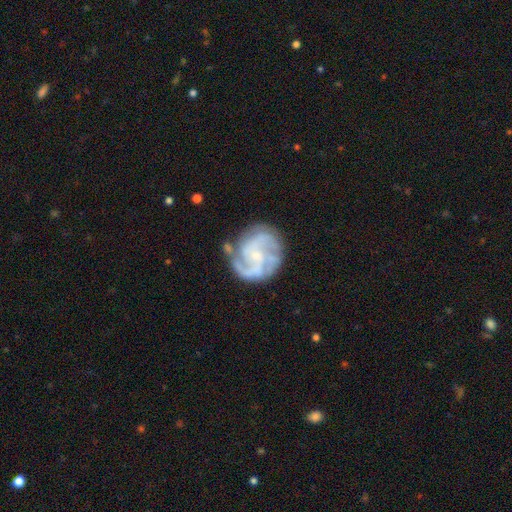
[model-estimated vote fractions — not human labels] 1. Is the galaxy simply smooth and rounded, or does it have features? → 87% featured or disk, 7% smooth, 6% star or artifact.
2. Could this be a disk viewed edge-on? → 98% no, 2% yes.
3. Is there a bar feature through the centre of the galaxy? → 57% no, 35% weak, 9% strong.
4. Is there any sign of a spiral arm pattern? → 97% yes, 3% no.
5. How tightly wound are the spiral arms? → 46% medium, 42% tight, 12% loose.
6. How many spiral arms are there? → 36% 3, 33% 2, 13% can't tell, 9% 4, 5% 1, 5% more than 4.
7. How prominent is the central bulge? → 68% small, 21% moderate, 8% none, 1% large, 1% dominant.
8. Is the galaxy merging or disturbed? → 70% none, 18% minor disturbance, 9% major disturbance, 2% merger.